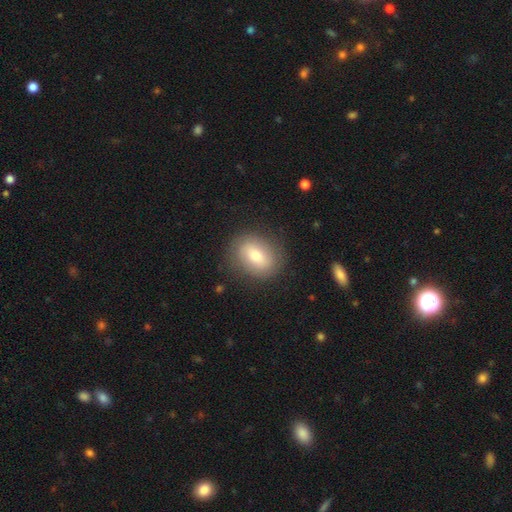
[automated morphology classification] The model was most divided on "how rounded": in between: 60%, round: 38%, cigar-shaped: 2%. More confident: merging — none (83%); smooth or featured — smooth (66%).